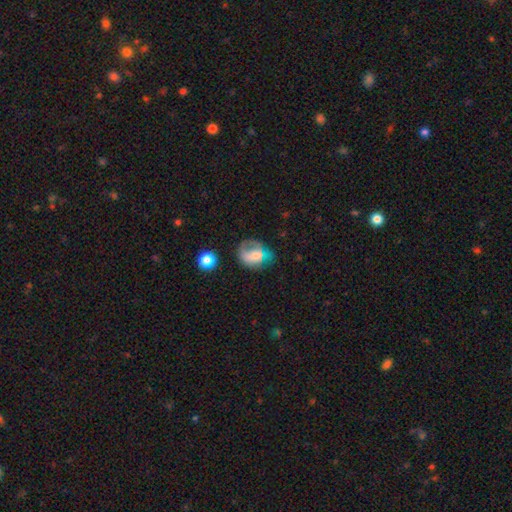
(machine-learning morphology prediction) Overall: smooth (55%; featured or disk 35%). How rounded: round (51%; in between 48%). Merging: none (36%; major disturbance 30%).